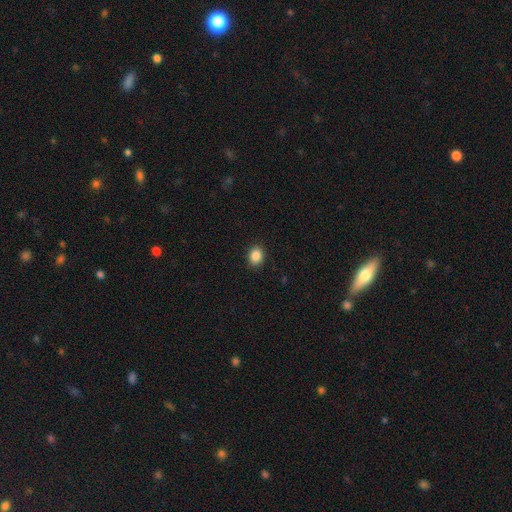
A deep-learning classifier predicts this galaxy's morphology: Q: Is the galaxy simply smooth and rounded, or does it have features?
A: smooth — 87%.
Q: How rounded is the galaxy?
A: in between — 51%.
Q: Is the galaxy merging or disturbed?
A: none — 91%.